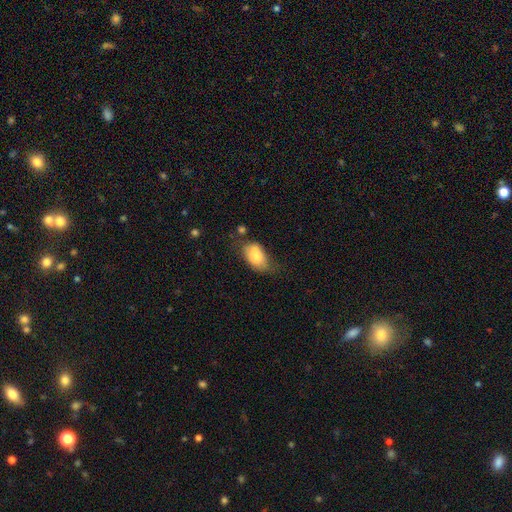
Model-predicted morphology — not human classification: This appears to be a smooth galaxy with no disk features (76%) that is in between round and cigar-shaped (90%). Merging: none (42%).